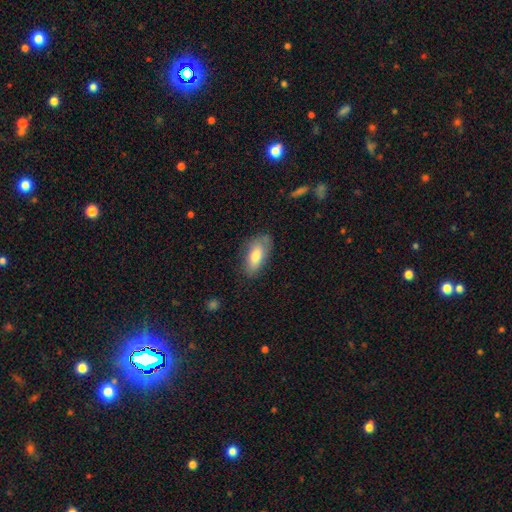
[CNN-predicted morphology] A smooth galaxy with no disk features (77%) that is in between round and cigar-shaped (86%).

Vote fractions:
- Smooth or featured? smooth: 77% / featured or disk: 16% / star or artifact: 7%
- How rounded? in between: 86% / cigar-shaped: 11% / round: 3%
- Merging? none: 71% / minor disturbance: 22% / major disturbance: 6% / merger: 2%